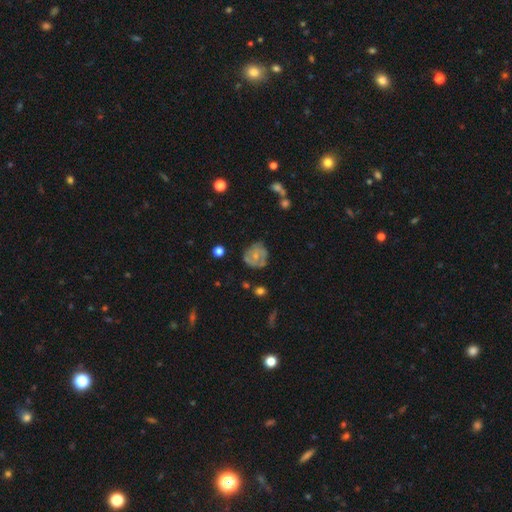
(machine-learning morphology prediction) A featured or disk galaxy (53%) with no bar (77%), spiral arms (66%) and a small central bulge (61%).

Vote fractions:
- Smooth or featured? featured or disk: 53% / smooth: 40% / star or artifact: 7%
- Edge-on disk? no: 97% / yes: 3%
- Bar? no: 77% / weak: 19% / strong: 3%
- Spiral arms? yes: 66% / no: 34%
- Bulge size? small: 61% / moderate: 31% / none: 5% / large: 1% / dominant: 1%
- Merging? none: 64% / minor disturbance: 26% / major disturbance: 9% / merger: 2%